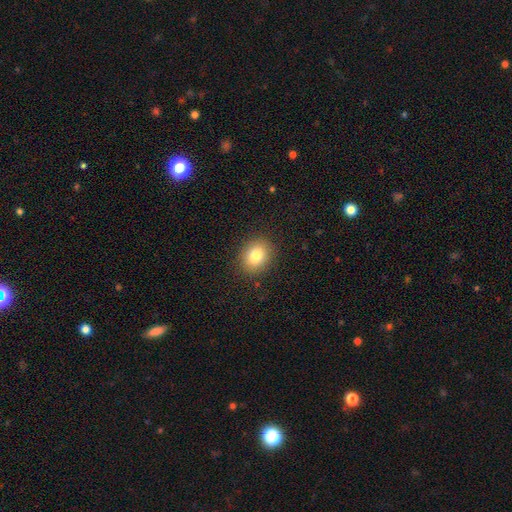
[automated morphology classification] Smooth or featured?
  - smooth: 81% *
  - star or artifact: 10%
  - featured or disk: 9%
How rounded?
  - round: 54% *
  - in between: 45%
  - cigar-shaped: 1%
Merging?
  - none: 89% *
  - minor disturbance: 8%
  - major disturbance: 3%
  - merger: 1%